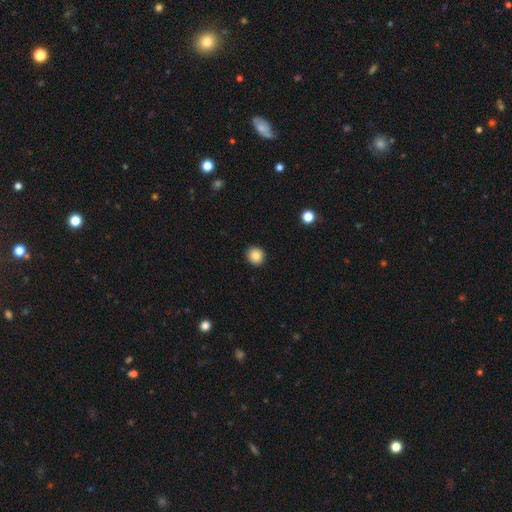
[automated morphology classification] smooth_or_featured: smooth (p=0.86) [alt: star or artifact p=0.09]
how_rounded: round (p=0.88) [alt: in between p=0.11]
merging: none (p=0.91) [alt: minor disturbance p=0.06]